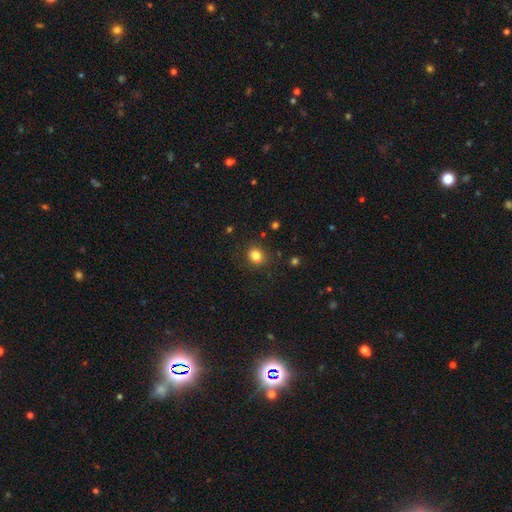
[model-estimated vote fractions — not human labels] smooth 82%, star or artifact 12%, featured or disk 6%. Down the decision tree: how rounded — round (73%); merging — none (87%).